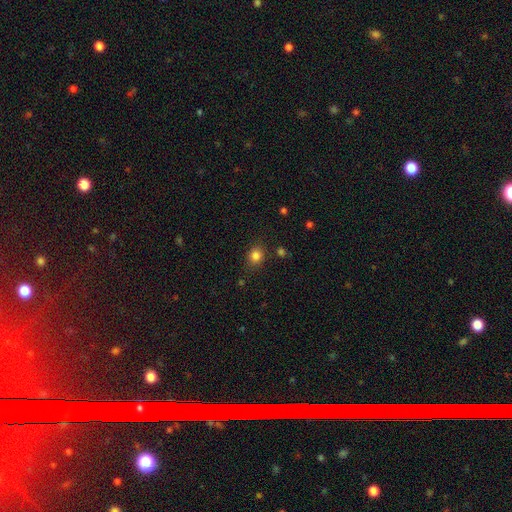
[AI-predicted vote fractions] Smooth or featured? Predicted: smooth (p=0.83). How rounded? Predicted: round (p=0.65). Merging? Predicted: none (p=0.82).